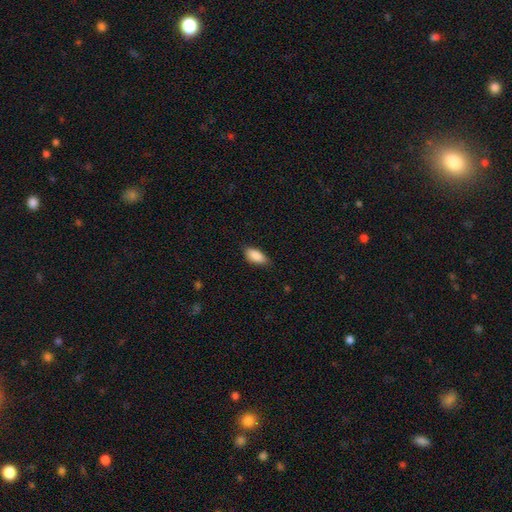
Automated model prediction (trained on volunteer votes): smooth_or_featured: smooth (p=0.89) [alt: star or artifact p=0.07]
how_rounded: in between (p=0.88) [alt: cigar-shaped p=0.10]
merging: none (p=0.79) [alt: minor disturbance p=0.17]